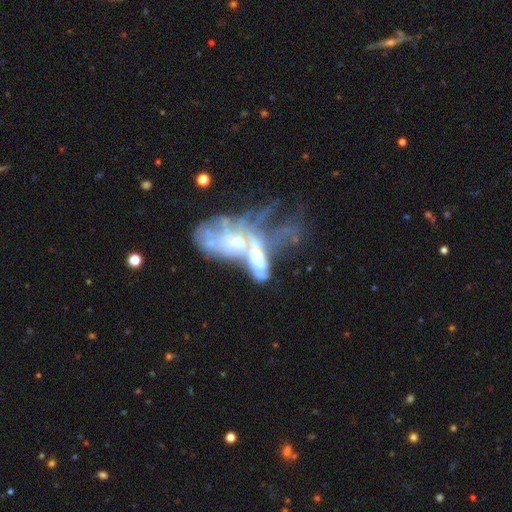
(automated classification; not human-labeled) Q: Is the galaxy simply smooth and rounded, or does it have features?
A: featured or disk — 70%.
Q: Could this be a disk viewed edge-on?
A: no — 93%.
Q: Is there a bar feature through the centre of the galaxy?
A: no — 80%.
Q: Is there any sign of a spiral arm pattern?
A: no — 68%.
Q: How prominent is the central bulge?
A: moderate — 46%.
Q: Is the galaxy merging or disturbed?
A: merger — 64%.